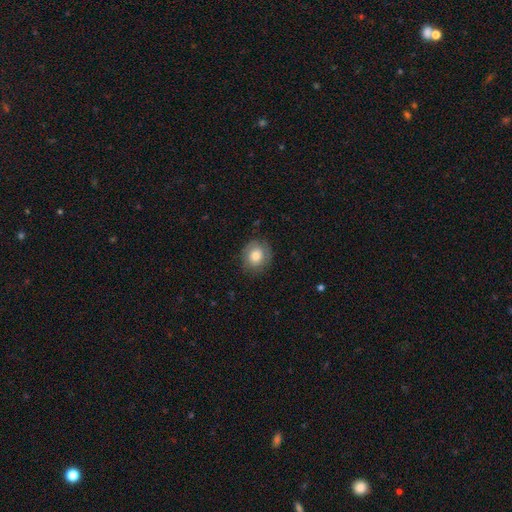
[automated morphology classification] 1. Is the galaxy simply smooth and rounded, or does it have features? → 70% smooth, 21% featured or disk, 8% star or artifact.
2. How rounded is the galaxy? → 78% round, 21% in between, 1% cigar-shaped.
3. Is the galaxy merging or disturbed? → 80% none, 15% minor disturbance, 5% major disturbance, 1% merger.